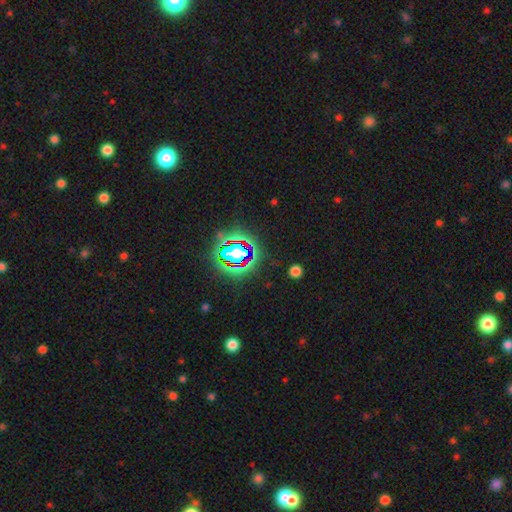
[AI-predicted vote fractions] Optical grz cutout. It shows a star or artifact, not a galaxy (81%).